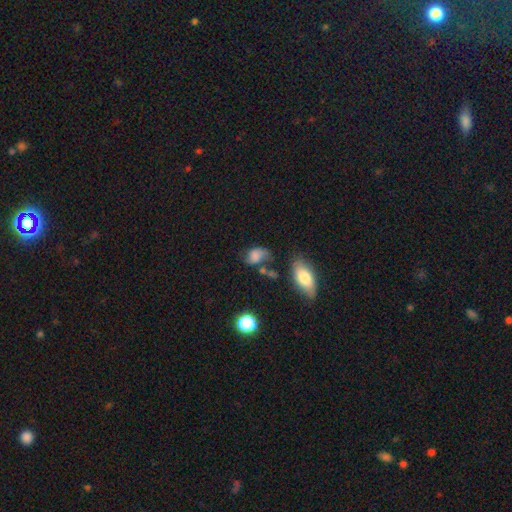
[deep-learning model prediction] This appears to be a smooth galaxy with no disk features (66%) that is in between round and cigar-shaped (81%). Merging: none (36%).